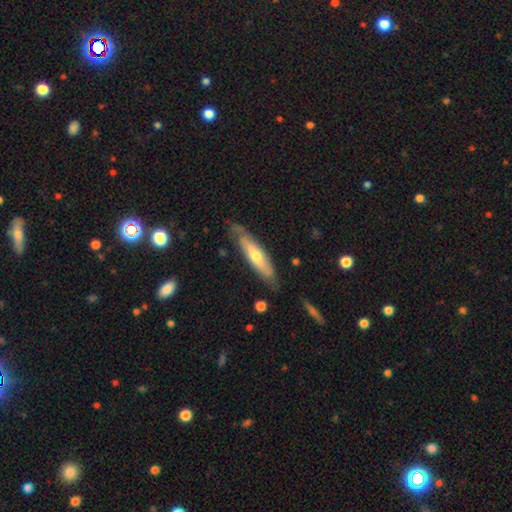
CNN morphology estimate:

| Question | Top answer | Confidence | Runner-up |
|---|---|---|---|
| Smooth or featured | featured or disk | 52% | smooth (43%) |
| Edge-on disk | yes | 56% | no (44%) |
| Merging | none | 73% | minor disturbance (21%) |